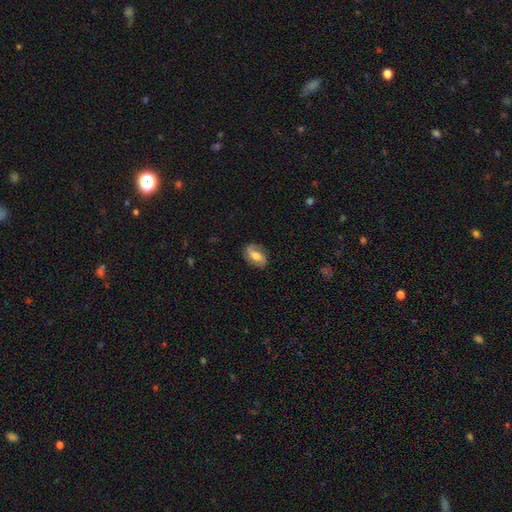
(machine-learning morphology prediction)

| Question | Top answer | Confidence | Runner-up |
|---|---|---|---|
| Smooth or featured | smooth | 48% | featured or disk (44%) |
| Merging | none | 80% | minor disturbance (15%) |